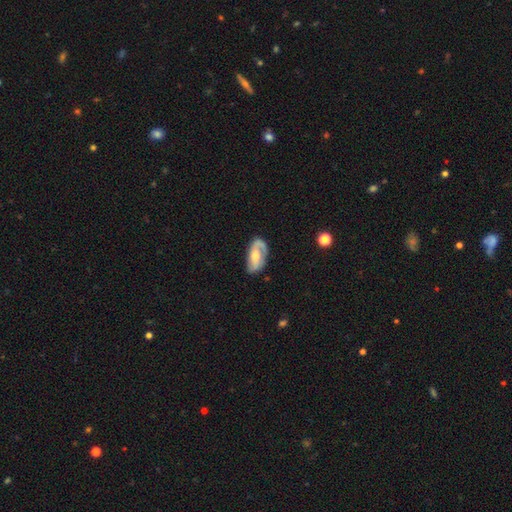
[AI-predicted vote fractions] Morphology: type=featured or disk (69%); edge-on=no (95%); bar=no (52%); spiral arms=yes (88%); winding=medium (43%); arm count=2 (68%); bulge=moderate (52%); merging=none (67%).